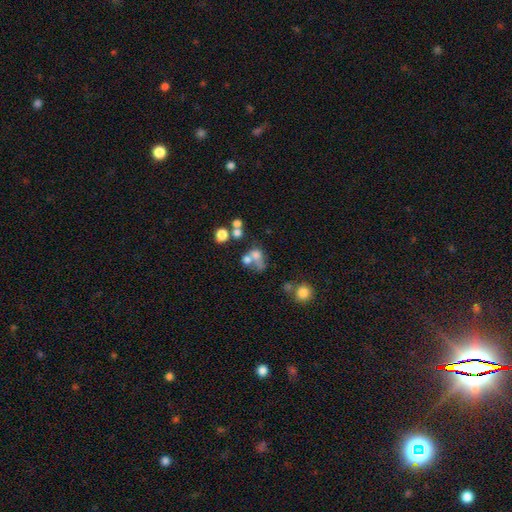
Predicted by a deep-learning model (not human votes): The model was most divided on "how rounded": round: 55%, in between: 43%, cigar-shaped: 2%. More confident: smooth or featured — smooth (59%); merging — merger (51%).